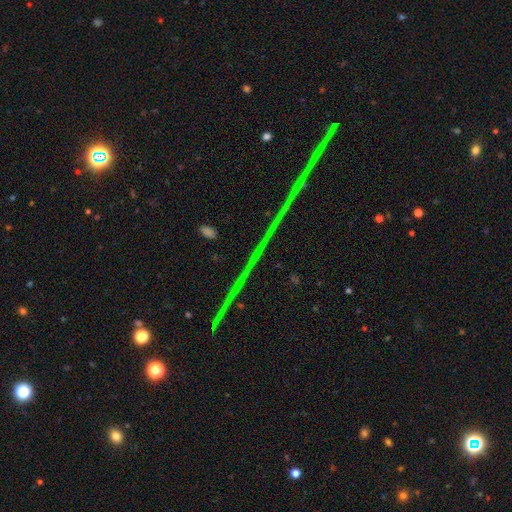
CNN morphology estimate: Overall: star or artifact (81%).